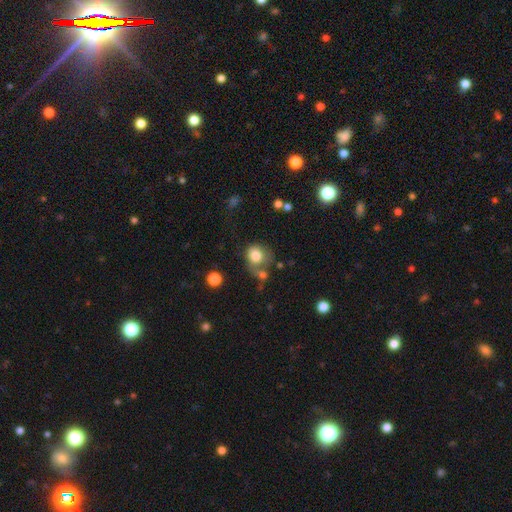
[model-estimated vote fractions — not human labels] Morphology: type=smooth (79%); roundness=round (70%); merging=none (39%).